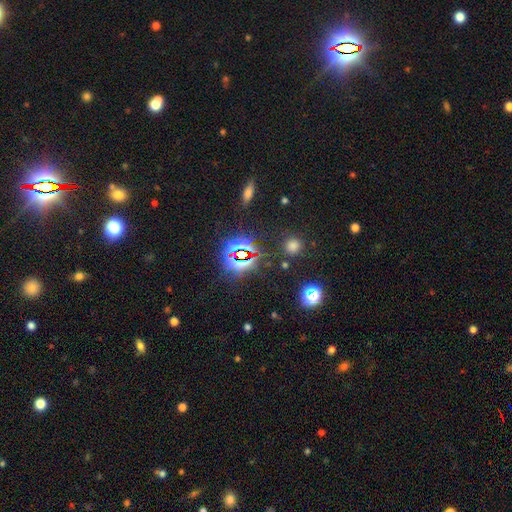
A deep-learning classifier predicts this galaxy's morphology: Smooth or featured?
  - star or artifact: 79% *
  - smooth: 14%
  - featured or disk: 8%